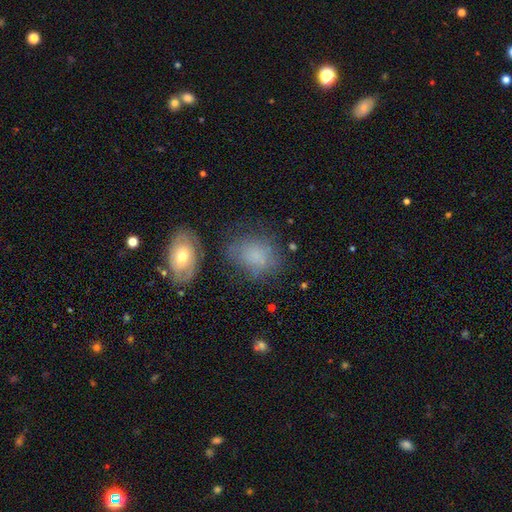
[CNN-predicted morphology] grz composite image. It shows a smooth galaxy with no disk features (67%) that is in between round and cigar-shaped (62%). Merging: none (58%).